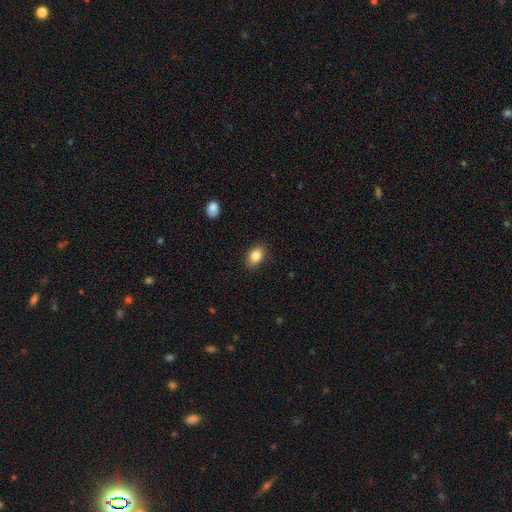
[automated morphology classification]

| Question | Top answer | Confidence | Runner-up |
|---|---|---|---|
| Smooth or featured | smooth | 86% | star or artifact (8%) |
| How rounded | in between | 81% | round (17%) |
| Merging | none | 86% | minor disturbance (10%) |